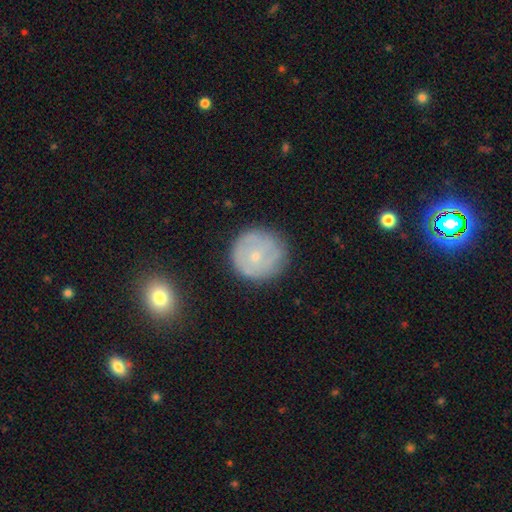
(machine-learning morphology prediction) smooth_or_featured: smooth (p=0.51) [alt: featured or disk p=0.42]
how_rounded: round (p=0.93) [alt: in between p=0.06]
merging: none (p=0.79) [alt: minor disturbance p=0.15]